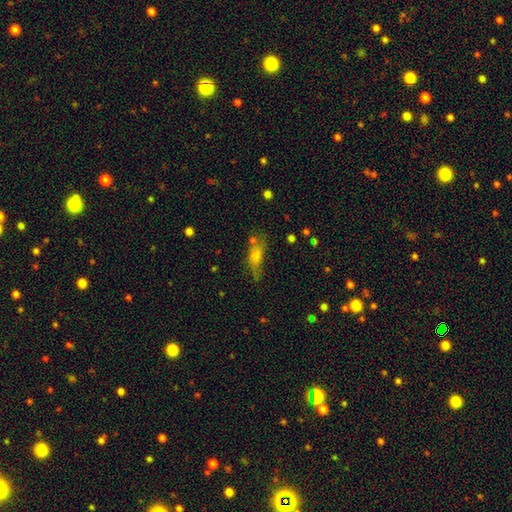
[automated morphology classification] Overall: smooth (65%). How rounded: in between (57%; cigar-shaped 38%). Merging: none (53%; minor disturbance 25%).